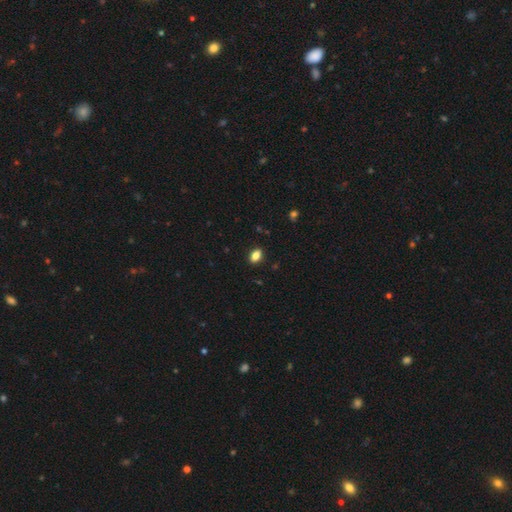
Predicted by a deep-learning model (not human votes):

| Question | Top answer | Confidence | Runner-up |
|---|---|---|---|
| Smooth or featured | smooth | 85% | star or artifact (10%) |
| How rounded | in between | 84% | round (14%) |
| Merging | none | 89% | minor disturbance (8%) |